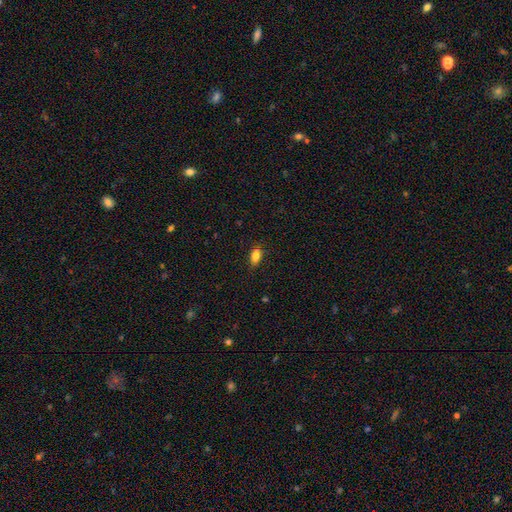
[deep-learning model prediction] Morphology: type=smooth (83%); roundness=in between (85%); merging=none (83%).